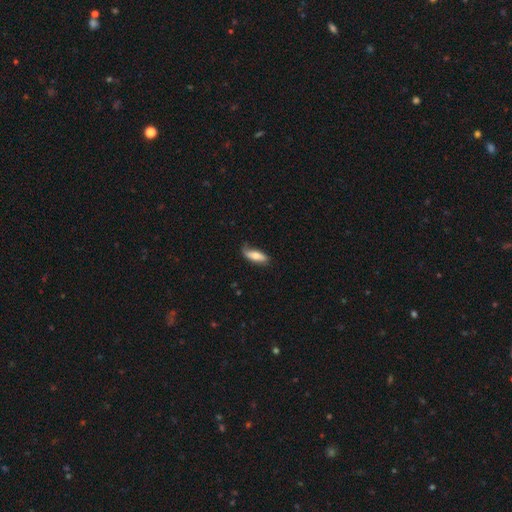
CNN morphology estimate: Overall: smooth (68%). How rounded: in between (66%; cigar-shaped 32%). Merging: none (60%; minor disturbance 30%).